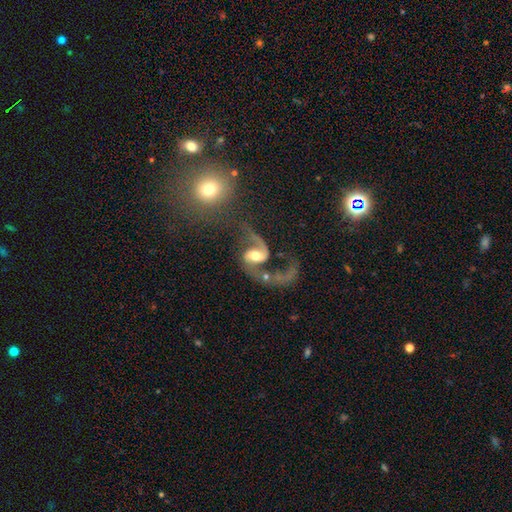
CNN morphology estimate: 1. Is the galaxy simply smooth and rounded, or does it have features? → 88% featured or disk, 6% smooth, 6% star or artifact.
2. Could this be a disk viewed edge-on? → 98% no, 2% yes.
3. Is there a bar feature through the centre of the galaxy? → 42% weak, 36% no, 21% strong.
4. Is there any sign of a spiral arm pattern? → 96% yes, 4% no.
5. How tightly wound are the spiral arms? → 72% loose, 24% medium, 4% tight.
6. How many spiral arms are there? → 89% 2, 7% 1, 2% can't tell, 1% 3, 1% 4, 1% more than 4.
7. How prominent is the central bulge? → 64% moderate, 17% large, 16% small, 2% dominant, 2% none.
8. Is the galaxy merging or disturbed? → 42% none, 24% major disturbance, 20% merger, 13% minor disturbance.